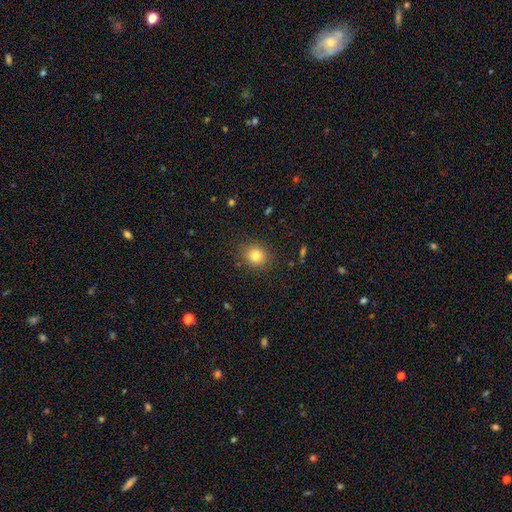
Smooth or featured? 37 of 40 (92%) said smooth. How rounded? 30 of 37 (81%) said round. Merging? 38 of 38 (100%) said none.